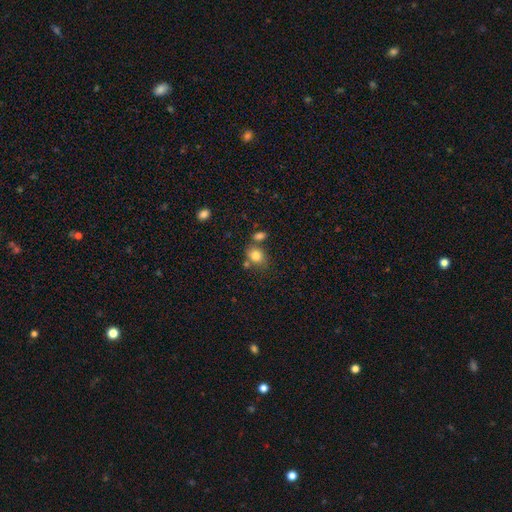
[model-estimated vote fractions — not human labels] Smooth or featured? smooth (81%)
How rounded? in between (54%)
Merging? none (59%)